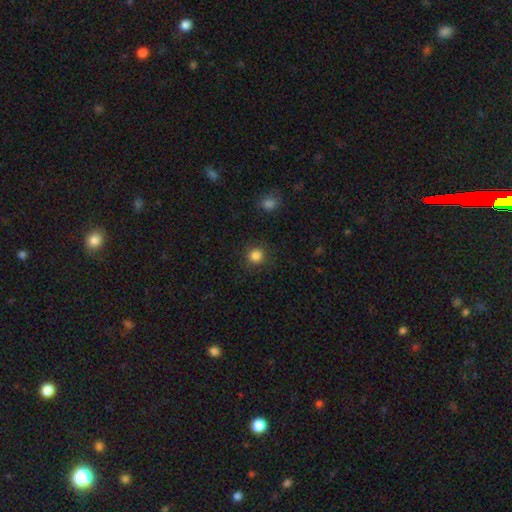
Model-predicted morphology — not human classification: type=smooth (84%); roundness=round (93%); merging=none (90%).